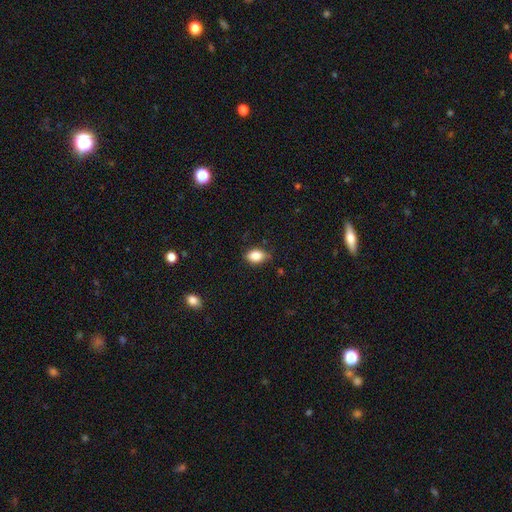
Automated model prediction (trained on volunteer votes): smooth-or-featured: smooth: 86% | star or artifact: 8% | featured or disk: 6%
  how-rounded: in between: 84% | round: 15% | cigar-shaped: 2%
  merging: none: 77% | minor disturbance: 18% | major disturbance: 3% | merger: 1%